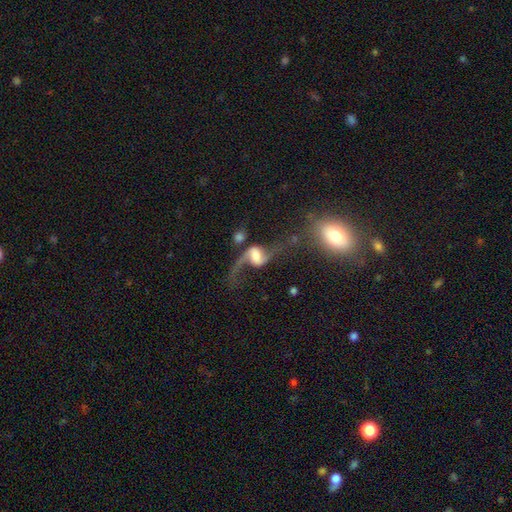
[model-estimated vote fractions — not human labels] featured or disk 83%, smooth 10%, star or artifact 7%. Down the decision tree: edge-on disk — no (96%); bar — weak (46%); spiral arms — yes (94%); spiral arm count — 2 (86%); spiral winding — loose (87%); bulge size — moderate (36%); merging — none (41%).